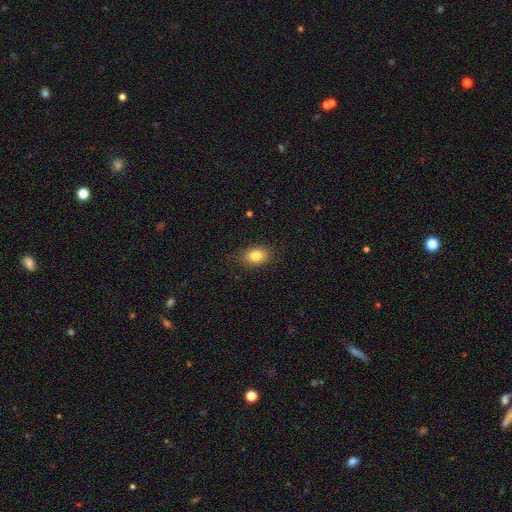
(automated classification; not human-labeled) smooth 83%, star or artifact 9%, featured or disk 8%. Down the decision tree: how rounded — in between (77%); merging — none (84%).